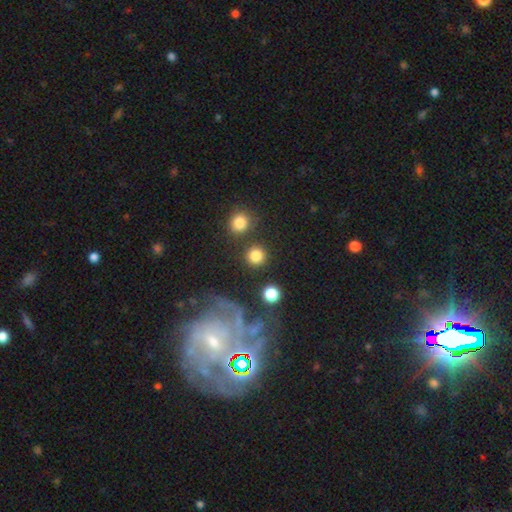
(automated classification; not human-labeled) Morphology: type=smooth (82%); roundness=round (93%); merging=none (84%).